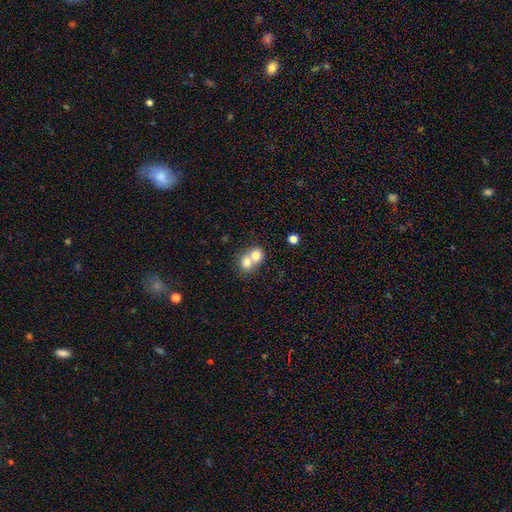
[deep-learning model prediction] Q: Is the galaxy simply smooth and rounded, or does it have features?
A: smooth — 74%.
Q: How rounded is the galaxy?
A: round — 69%.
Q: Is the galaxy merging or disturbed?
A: merger — 71%.